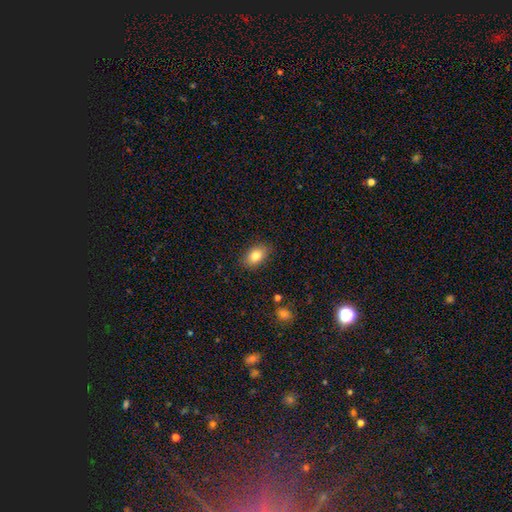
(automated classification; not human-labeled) This is clearly a smooth galaxy (82%). How rounded: clearly in between (85%). Merging: clearly none (87%).